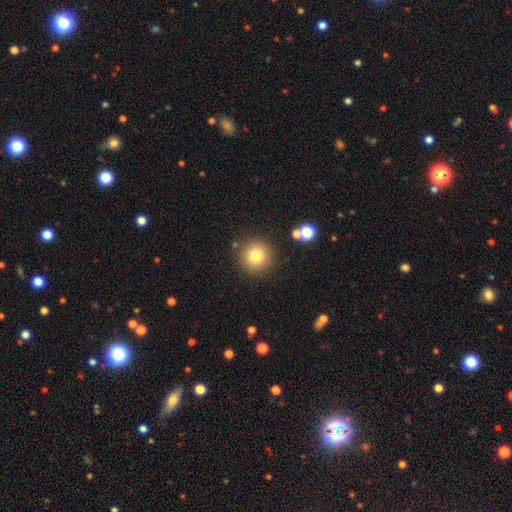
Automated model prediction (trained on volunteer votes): The model was most divided on "smooth or featured": smooth: 79%, star or artifact: 12%, featured or disk: 9%. More confident: how rounded — round (95%); merging — none (86%).